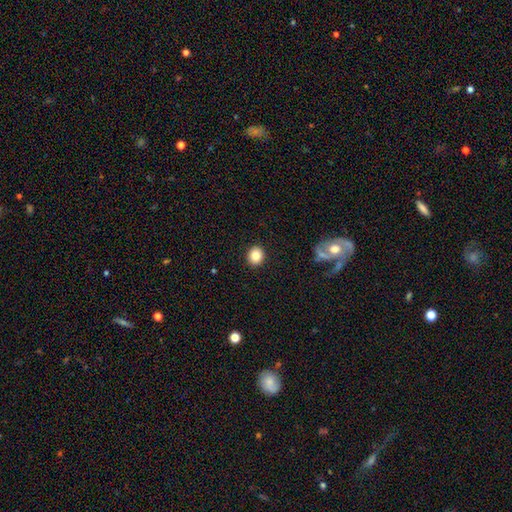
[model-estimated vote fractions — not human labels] Smooth or featured: smooth — 83% (star or artifact — 10%)
How rounded: round — 79% (in between — 20%)
Merging: none — 92% (minor disturbance — 5%)